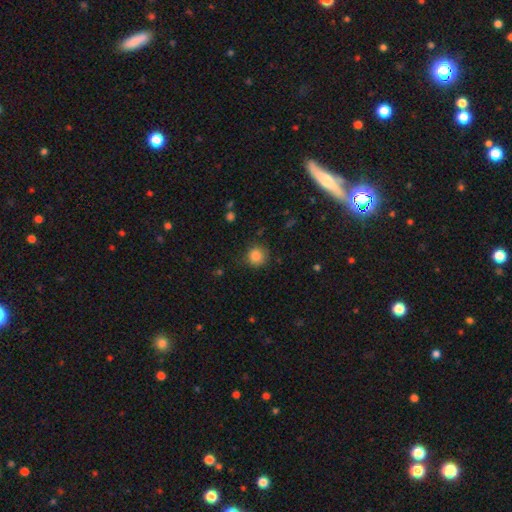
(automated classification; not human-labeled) A smooth galaxy with no disk features (85%) that is round (90%). Merging: none (79%).